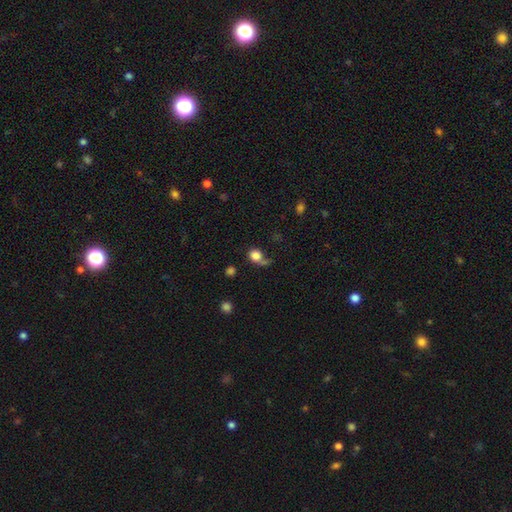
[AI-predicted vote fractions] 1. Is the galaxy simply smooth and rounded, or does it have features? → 80% smooth, 11% star or artifact, 9% featured or disk.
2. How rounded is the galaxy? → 76% round, 23% in between, 1% cigar-shaped.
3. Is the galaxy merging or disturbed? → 46% none, 20% minor disturbance, 19% major disturbance, 16% merger.